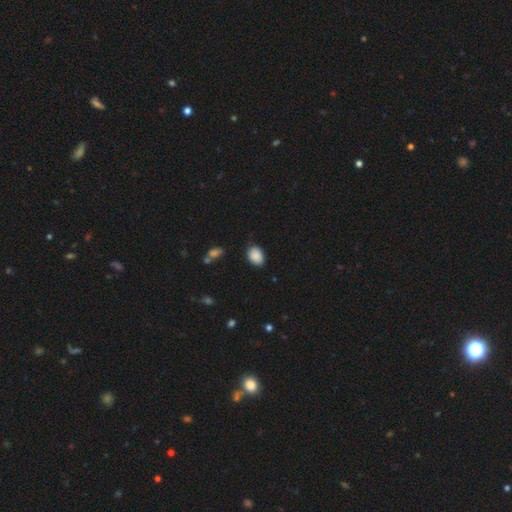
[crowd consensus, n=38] A smooth galaxy with no disk features (92%) that is in between round and cigar-shaped (83%).

Vote fractions:
- Smooth or featured? smooth: 92% / star or artifact: 5% / featured or disk: 3%
- How rounded? in between: 83% / round: 17% / cigar-shaped: 0%
- Merging? none: 78% / minor disturbance: 11% / major disturbance: 8% / merger: 3%